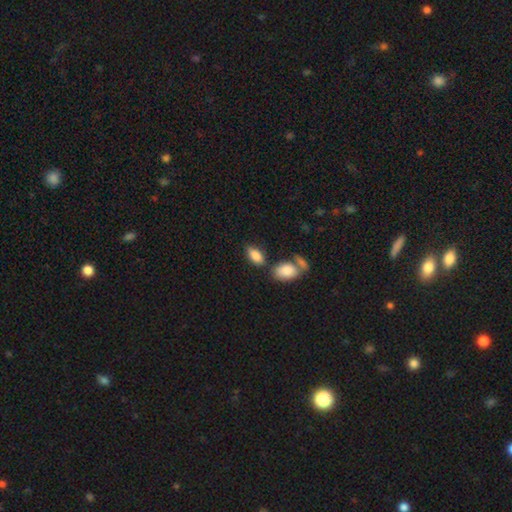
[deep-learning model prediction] A smooth galaxy with no disk features (86%) that is in between round and cigar-shaped (91%).

Vote fractions:
- Smooth or featured? smooth: 86% / featured or disk: 7% / star or artifact: 7%
- How rounded? in between: 91% / cigar-shaped: 5% / round: 4%
- Merging? none: 67% / merger: 15% / minor disturbance: 14% / major disturbance: 4%